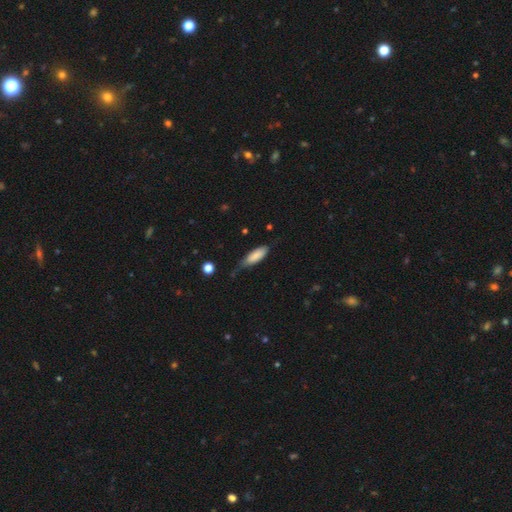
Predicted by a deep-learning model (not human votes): smooth-or-featured: smooth: 82% | featured or disk: 12% | star or artifact: 6%
  how-rounded: in between: 65% | cigar-shaped: 33% | round: 2%
  merging: none: 47% | minor disturbance: 39% | major disturbance: 11% | merger: 3%